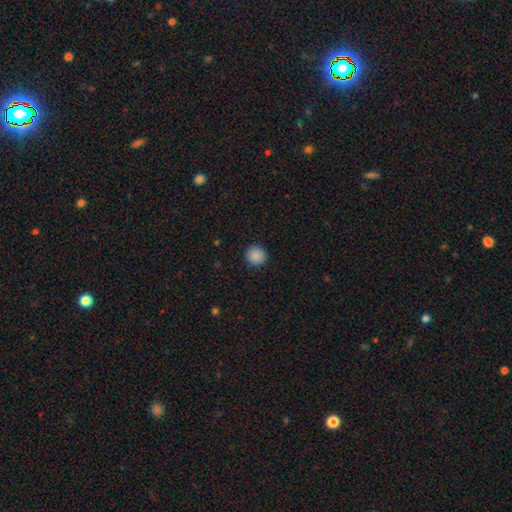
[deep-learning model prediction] This appears to be a smooth galaxy with no disk features (88%) that is round (94%). Merging: none (91%).